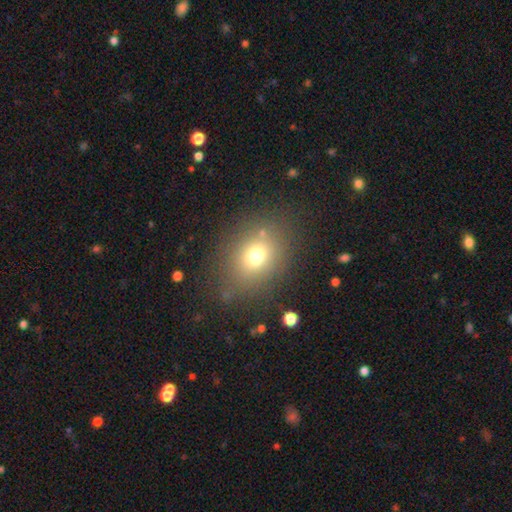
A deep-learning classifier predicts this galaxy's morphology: A smooth galaxy with no disk features (70%) that is round (52%). Merging: none (79%).